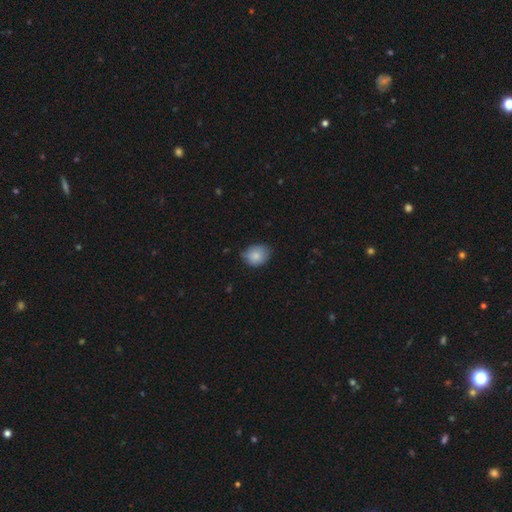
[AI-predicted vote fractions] This appears to be a smooth galaxy with no disk features (83%) that is in between round and cigar-shaped (51%). Merging: none (68%).